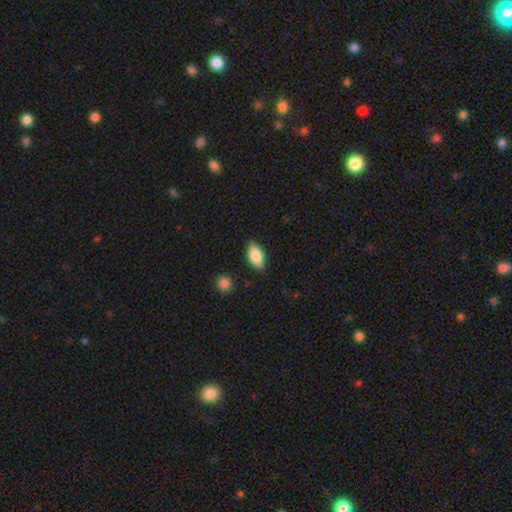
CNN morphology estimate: Smooth or featured: smooth — 87% (star or artifact — 7%)
How rounded: in between — 92% (cigar-shaped — 4%)
Merging: none — 85% (minor disturbance — 11%)